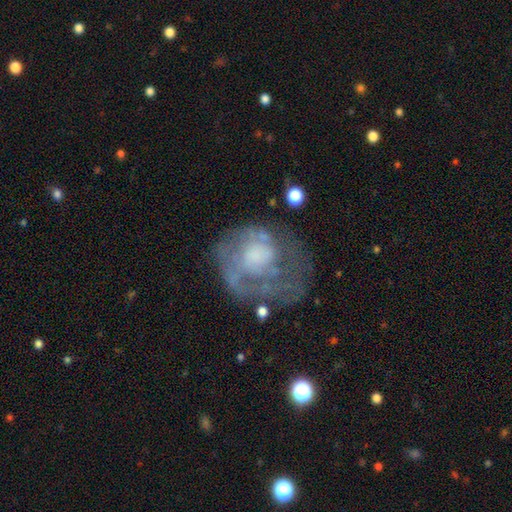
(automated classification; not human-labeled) This is likely a featured or disk galaxy (64%). It is clearly not viewed edge-on (97%). Bar: clearly no (84%). Spiral arm pattern: possibly yes (51%). Central bulge: marginally none (31%). Merging: marginally none (41%).